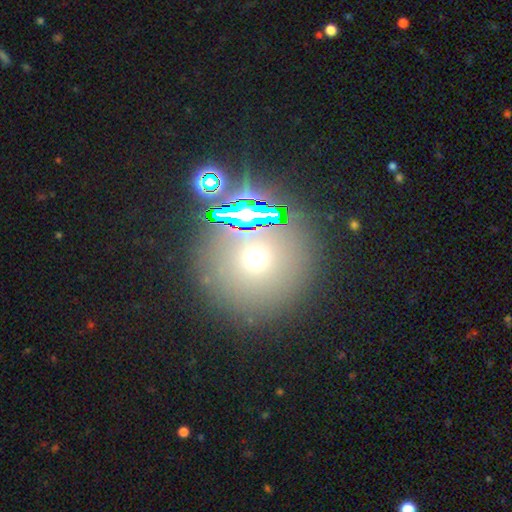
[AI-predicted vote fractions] A smooth galaxy with no disk features (52%) that is round (93%).

Vote fractions:
- Smooth or featured? smooth: 52% / star or artifact: 36% / featured or disk: 12%
- How rounded? round: 93% / in between: 6% / cigar-shaped: 1%
- Merging? none: 79% / merger: 9% / minor disturbance: 8% / major disturbance: 5%